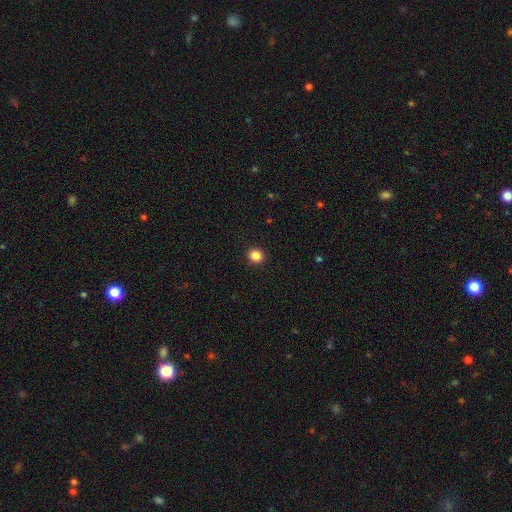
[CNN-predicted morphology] Smooth or featured: smooth — 86% (star or artifact — 10%)
How rounded: round — 84% (in between — 15%)
Merging: none — 92% (minor disturbance — 5%)